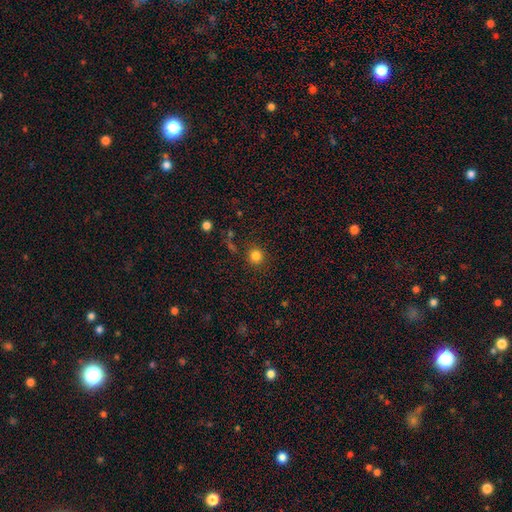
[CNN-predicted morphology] This is clearly a smooth galaxy (82%). How rounded: clearly round (92%). Merging: clearly none (87%).